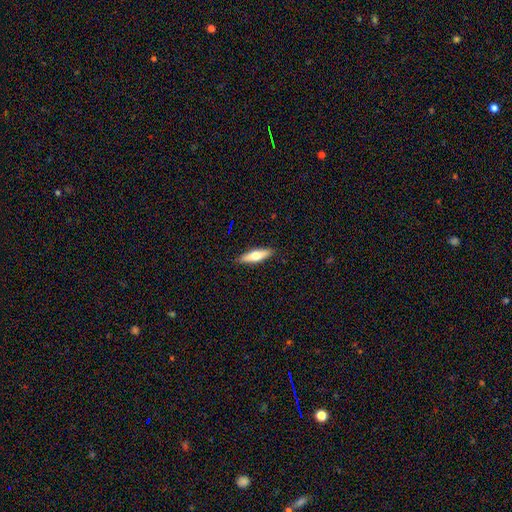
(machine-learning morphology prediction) Smooth or featured: smooth — 59% (featured or disk — 35%)
How rounded: cigar-shaped — 61% (in between — 37%)
Merging: none — 89% (minor disturbance — 8%)